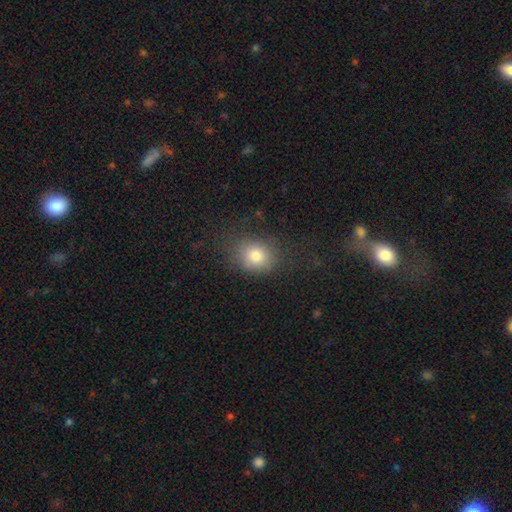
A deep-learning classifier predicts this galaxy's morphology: A smooth galaxy with no disk features (78%) that is round (60%). Merging: none (74%).